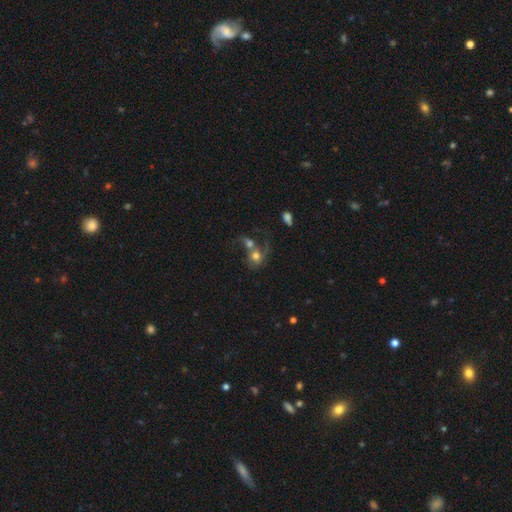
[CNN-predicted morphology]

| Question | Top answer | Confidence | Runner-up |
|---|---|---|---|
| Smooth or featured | smooth | 50% | featured or disk (39%) |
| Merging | merger | 67% | none (14%) |